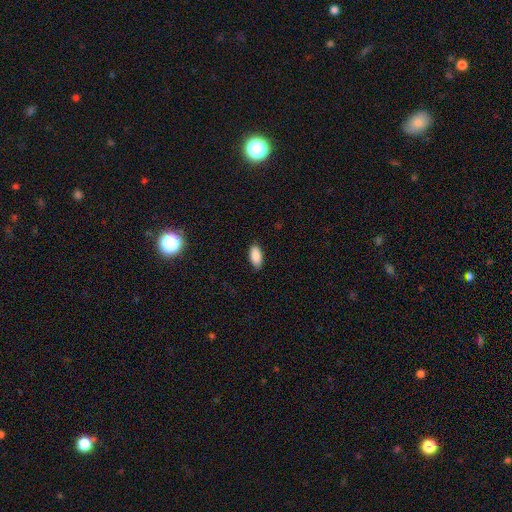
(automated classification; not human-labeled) This is clearly a smooth galaxy (89%). How rounded: clearly in between (92%). Merging: clearly none (83%).